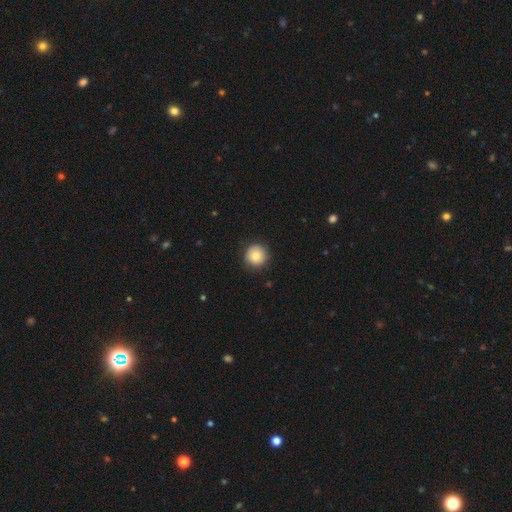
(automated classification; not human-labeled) A smooth galaxy with no disk features (86%) that is round (94%). Merging: none (85%).